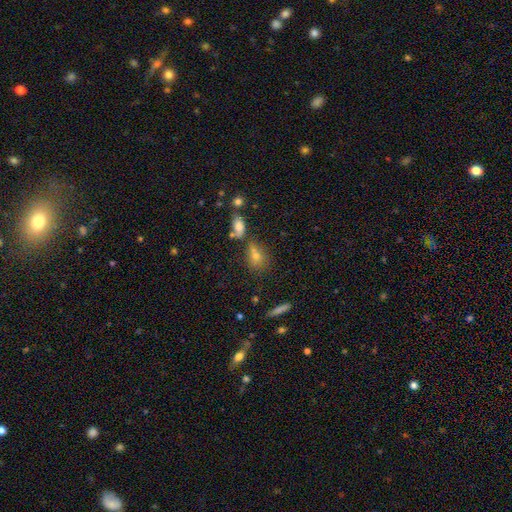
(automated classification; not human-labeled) Smooth or featured: smooth — 65% (star or artifact — 18%)
How rounded: in between — 56% (round — 39%)
Merging: none — 56% (merger — 21%)